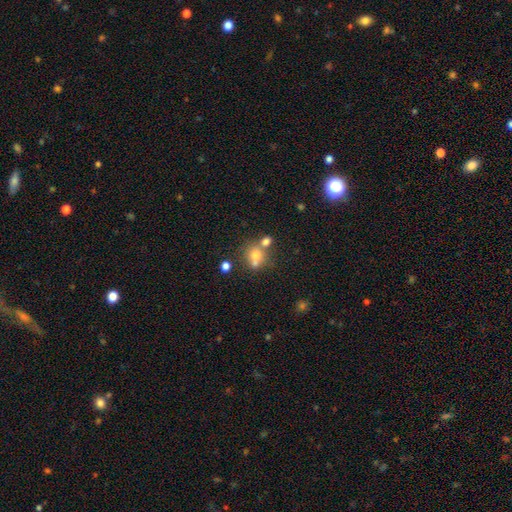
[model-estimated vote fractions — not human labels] This appears to be a smooth galaxy with no disk features (67%) that is round (72%). Merging: none (45%).